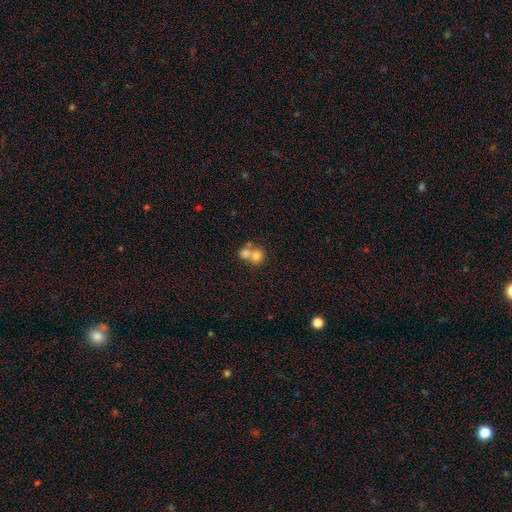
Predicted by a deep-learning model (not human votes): Smooth or featured? Predicted: smooth (p=0.73). How rounded? Predicted: round (p=0.78). Merging? Predicted: merger (p=0.61).